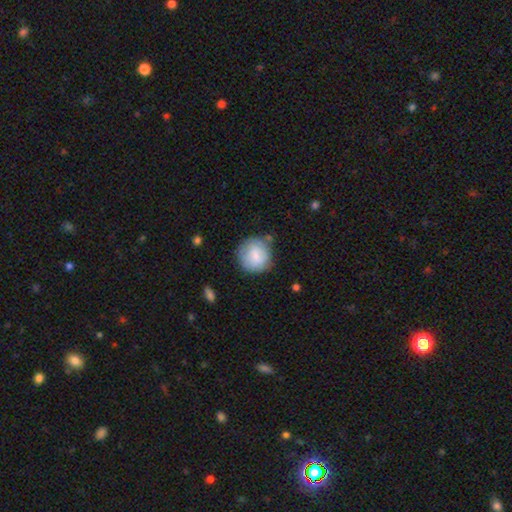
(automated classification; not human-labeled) smooth-or-featured: smooth: 78% | featured or disk: 15% | star or artifact: 7%
  how-rounded: round: 88% | in between: 11% | cigar-shaped: 1%
  merging: none: 73% | minor disturbance: 18% | major disturbance: 6% | merger: 4%